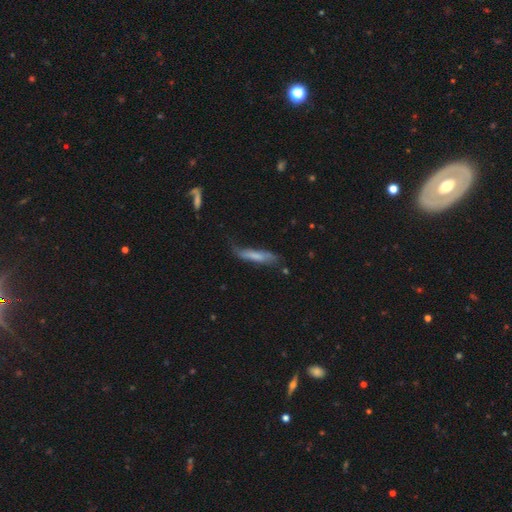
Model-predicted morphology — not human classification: This appears to be a smooth galaxy with no disk features (62%) that is cigar-shaped (82%). Merging: none (49%).